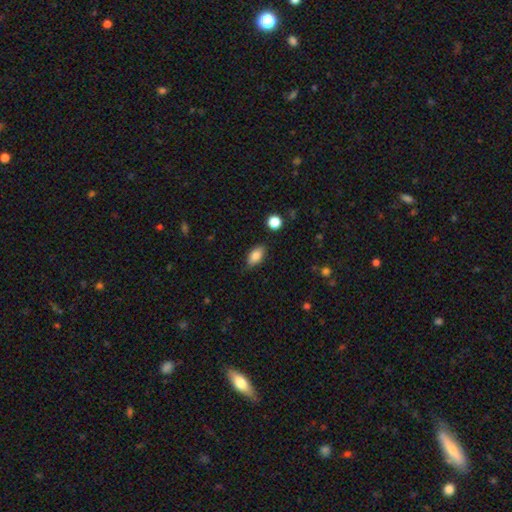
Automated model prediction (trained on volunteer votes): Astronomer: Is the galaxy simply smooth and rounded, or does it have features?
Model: smooth — 83%.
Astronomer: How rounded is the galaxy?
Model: in between — 89%.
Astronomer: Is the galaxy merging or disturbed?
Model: none — 81%.